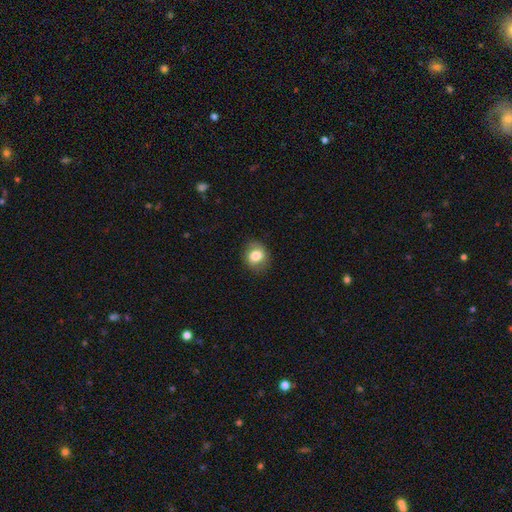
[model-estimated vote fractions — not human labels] smooth_or_featured: smooth (p=0.78) [alt: featured or disk p=0.14]
how_rounded: round (p=0.61) [alt: in between p=0.38]
merging: none (p=0.81) [alt: minor disturbance p=0.14]